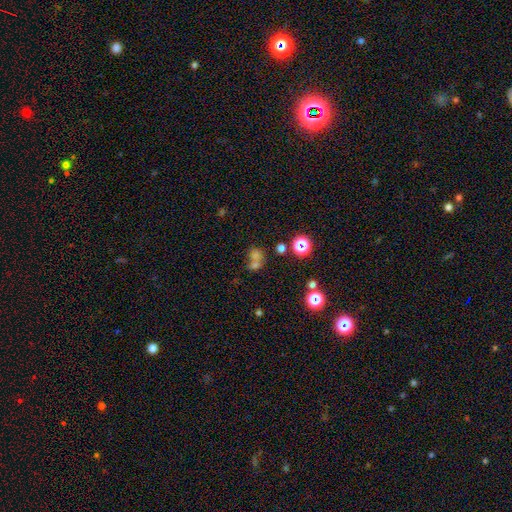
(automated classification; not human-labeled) Morphology: type=smooth (63%); roundness=round (72%); merging=merger (54%).